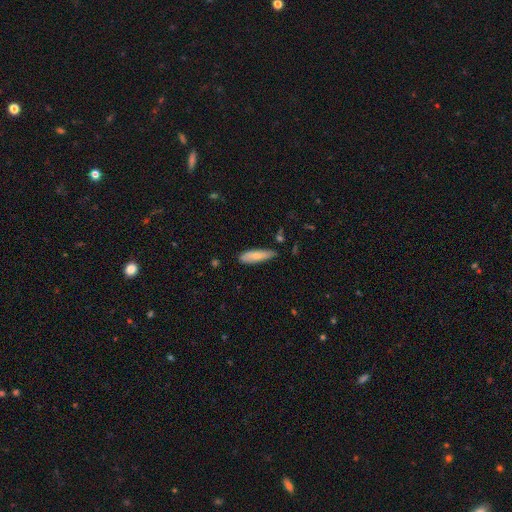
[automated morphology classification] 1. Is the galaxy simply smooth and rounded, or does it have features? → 75% smooth, 19% featured or disk, 6% star or artifact.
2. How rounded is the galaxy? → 60% cigar-shaped, 38% in between, 2% round.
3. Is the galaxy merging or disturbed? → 72% none, 22% minor disturbance, 3% major disturbance, 3% merger.